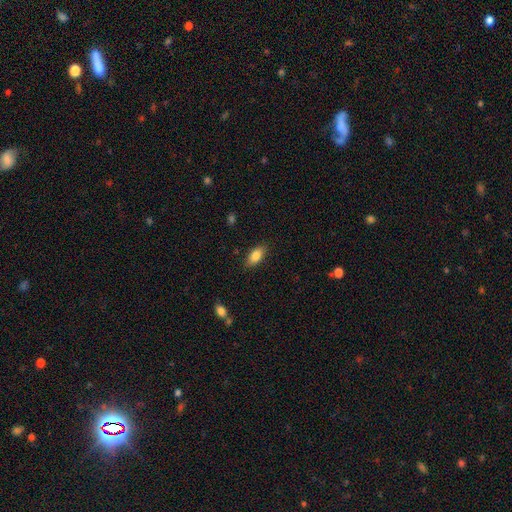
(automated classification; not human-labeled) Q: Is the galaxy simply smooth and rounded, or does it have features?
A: smooth — 85%.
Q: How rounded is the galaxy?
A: in between — 89%.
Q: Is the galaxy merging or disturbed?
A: none — 86%.